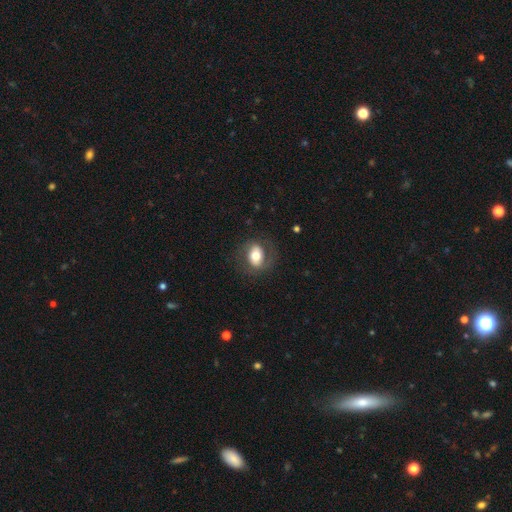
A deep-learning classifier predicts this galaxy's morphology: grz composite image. It shows a smooth galaxy with no disk features (55%) that is in between round and cigar-shaped (66%). Merging: none (73%).